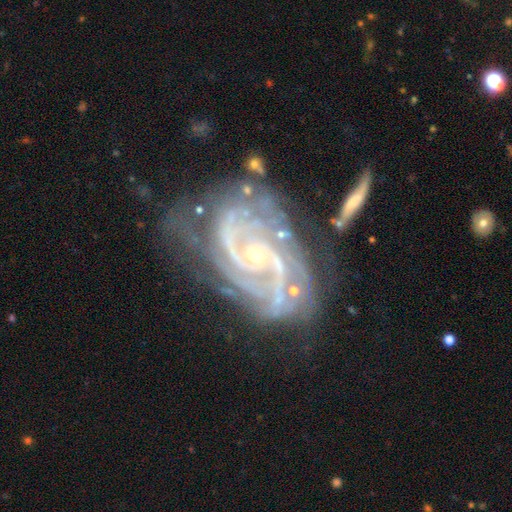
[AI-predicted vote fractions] Overall: featured or disk (92%). Edge-on disk: no (97%). Bar: no (60%; weak 28%). Spiral arms: yes (98%). Spiral arm count: 2 (39%; 3 24%). Spiral winding: tight (58%; medium 36%). Bulge size: small (73%). Merging: none (55%; minor disturbance 24%).